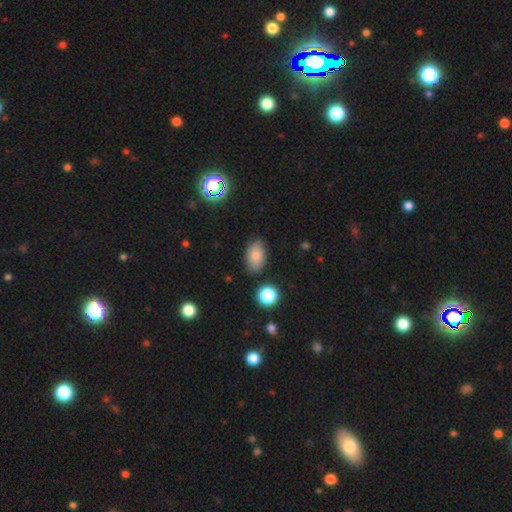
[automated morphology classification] Smooth or featured? Predicted: smooth (p=0.80). How rounded? Predicted: in between (p=0.90). Merging? Predicted: none (p=0.80).